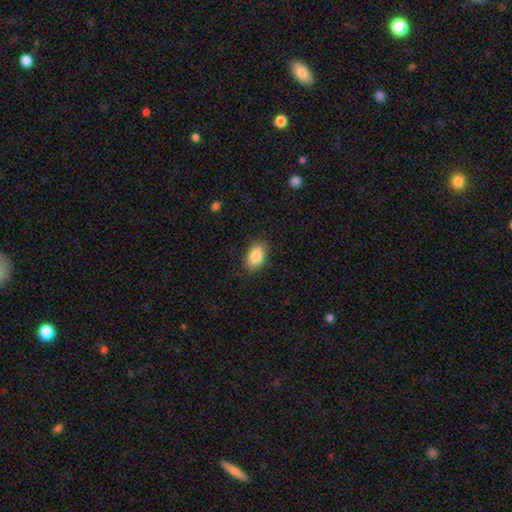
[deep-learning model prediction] Morphology: type=smooth (87%); roundness=in between (92%); merging=none (86%).